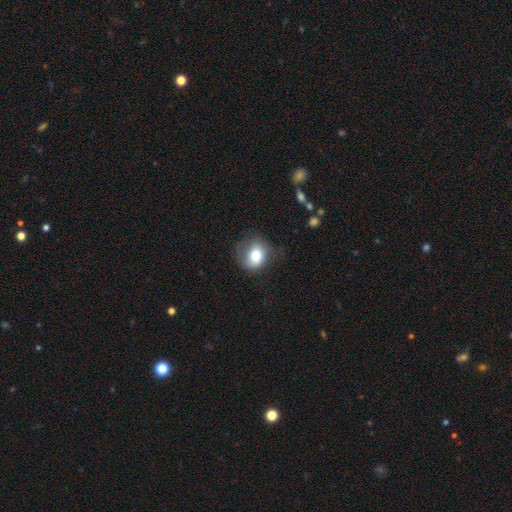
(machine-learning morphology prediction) Smooth or featured: smooth — 75% (featured or disk — 15%)
How rounded: round — 62% (in between — 37%)
Merging: none — 64% (minor disturbance — 24%)